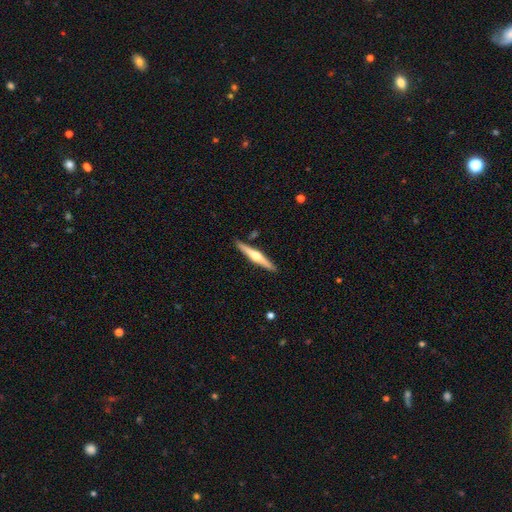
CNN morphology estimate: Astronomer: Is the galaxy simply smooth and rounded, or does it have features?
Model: featured or disk — 68%.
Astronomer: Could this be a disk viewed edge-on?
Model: yes — 98%.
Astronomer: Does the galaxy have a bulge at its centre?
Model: rounded — 92%.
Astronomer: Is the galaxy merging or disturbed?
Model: none — 89%.